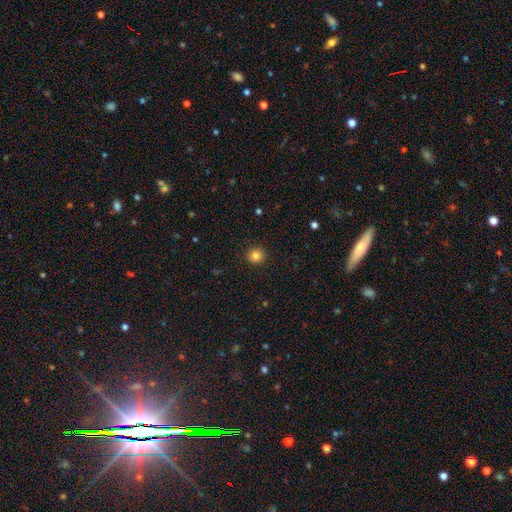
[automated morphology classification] Smooth or featured? Predicted: smooth (p=0.83). How rounded? Predicted: round (p=0.93). Merging? Predicted: none (p=0.92).